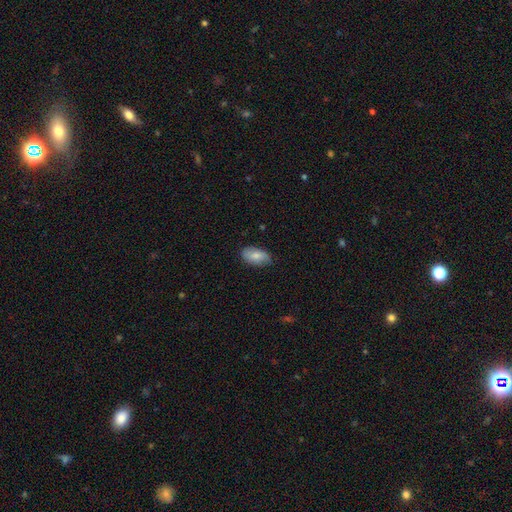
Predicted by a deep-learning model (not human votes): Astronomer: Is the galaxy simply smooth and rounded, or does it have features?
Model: smooth — 77%.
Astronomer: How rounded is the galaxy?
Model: in between — 93%.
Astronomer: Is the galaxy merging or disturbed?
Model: none — 78%.